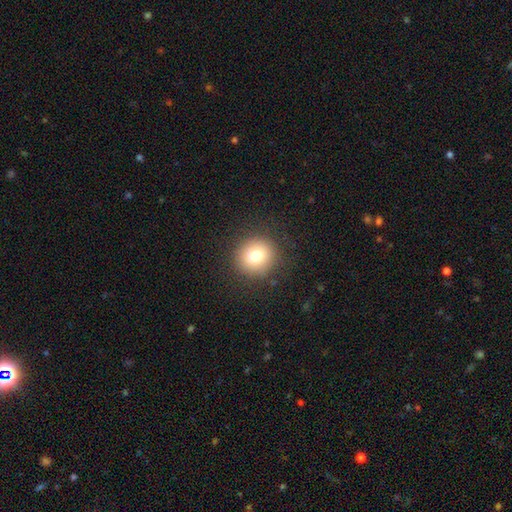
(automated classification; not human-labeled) A smooth galaxy with no disk features (78%) that is round (91%). Merging: none (88%).